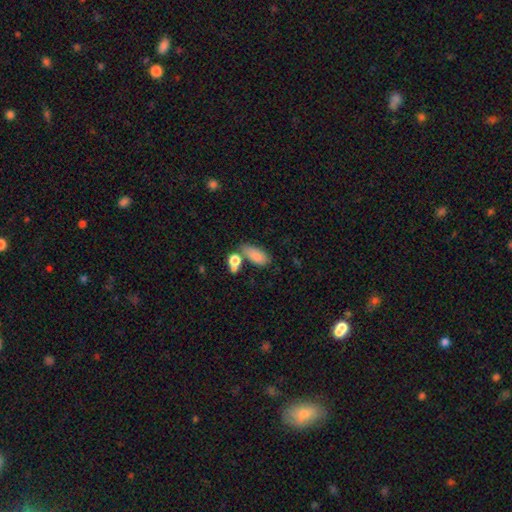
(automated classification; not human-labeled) The model was most divided on "merging": none: 48%, merger: 26%, minor disturbance: 18%, major disturbance: 8%. More confident: how rounded — in between (84%); smooth or featured — smooth (82%).